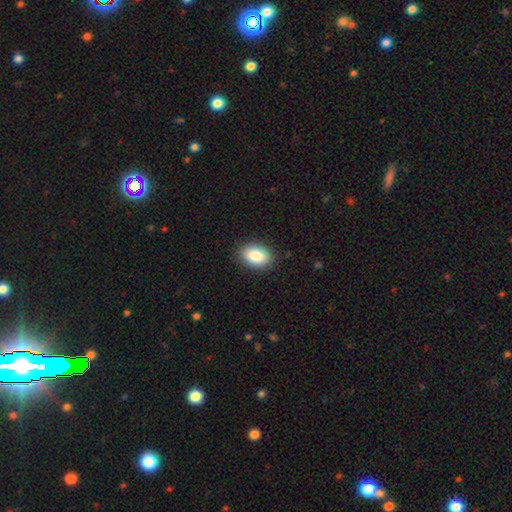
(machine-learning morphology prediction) smooth 86%, star or artifact 7%, featured or disk 6%. Down the decision tree: how rounded — in between (85%); merging — none (89%).